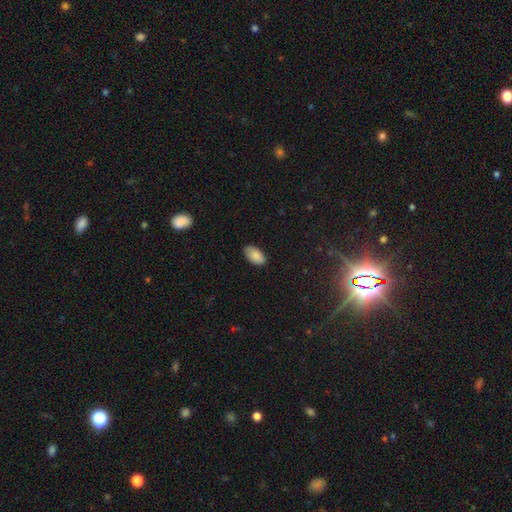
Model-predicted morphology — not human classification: A smooth galaxy with no disk features (87%) that is in between round and cigar-shaped (95%). Merging: none (79%).